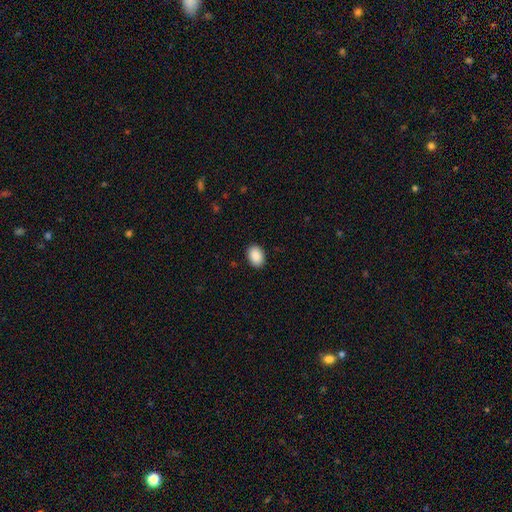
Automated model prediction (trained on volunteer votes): A smooth galaxy with no disk features (91%) that is in between round and cigar-shaped (81%).

Vote fractions:
- Smooth or featured? smooth: 91% / star or artifact: 7% / featured or disk: 2%
- How rounded? in between: 81% / round: 18% / cigar-shaped: 1%
- Merging? none: 90% / minor disturbance: 7% / major disturbance: 2% / merger: 1%